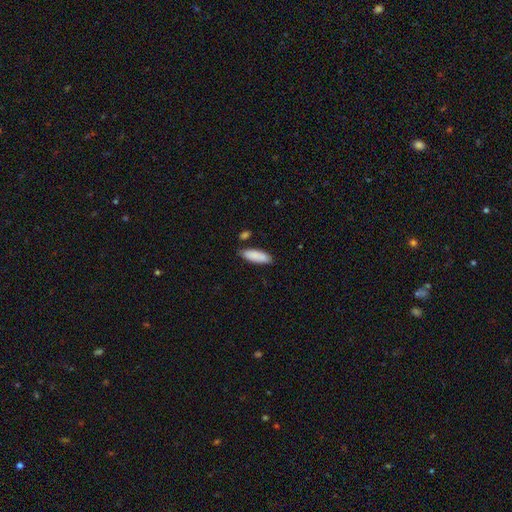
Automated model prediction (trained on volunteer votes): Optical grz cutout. It shows a smooth galaxy with no disk features (88%) that is in between round and cigar-shaped (60%). Merging: none (79%).